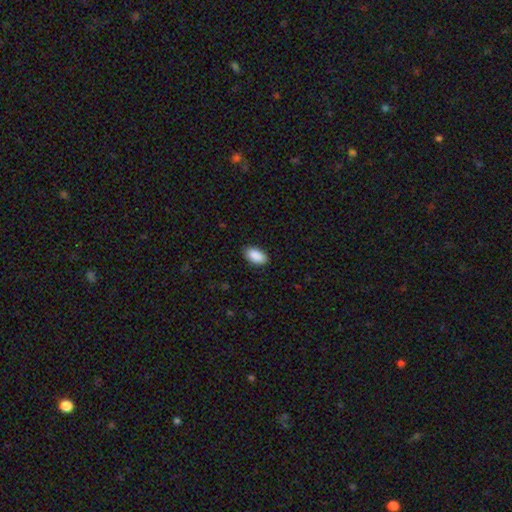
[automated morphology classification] A smooth galaxy with no disk features (91%) that is in between round and cigar-shaped (95%).

Vote fractions:
- Smooth or featured? smooth: 91% / star or artifact: 6% / featured or disk: 3%
- How rounded? in between: 95% / round: 3% / cigar-shaped: 2%
- Merging? none: 88% / minor disturbance: 9% / major disturbance: 2% / merger: 1%